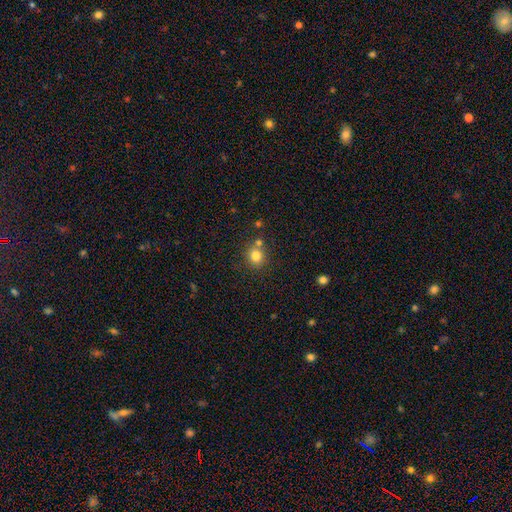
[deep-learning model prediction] Smooth or featured: smooth — 81% (star or artifact — 12%)
How rounded: round — 85% (in between — 14%)
Merging: none — 70% (merger — 18%)